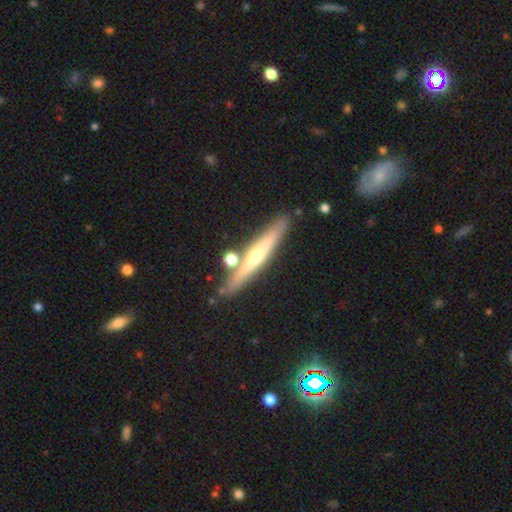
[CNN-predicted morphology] type=featured or disk (60%); edge-on=yes (95%); edge-on bulge=rounded (80%); merging=none (82%).